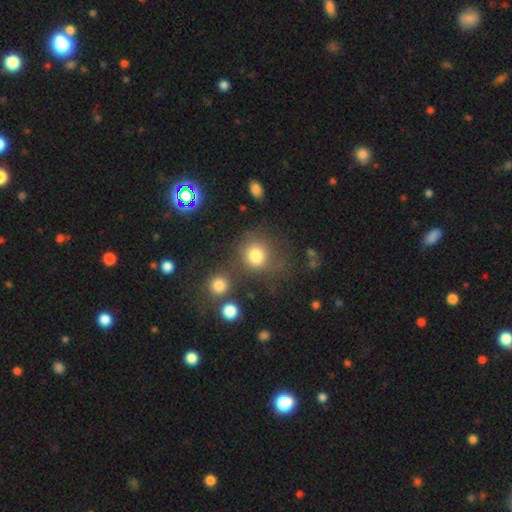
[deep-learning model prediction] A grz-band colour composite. It shows a smooth galaxy with no disk features (79%) that is round (87%). Merging: none (61%).